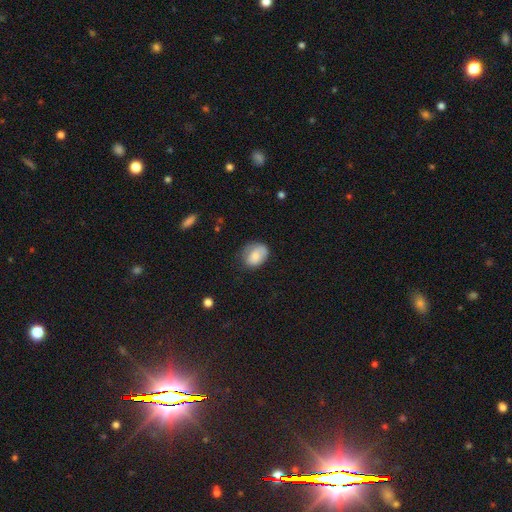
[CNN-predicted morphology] smooth-or-featured: smooth: 78% | featured or disk: 15% | star or artifact: 8%
  how-rounded: in between: 67% | round: 32% | cigar-shaped: 1%
  merging: none: 55% | minor disturbance: 31% | major disturbance: 12% | merger: 2%